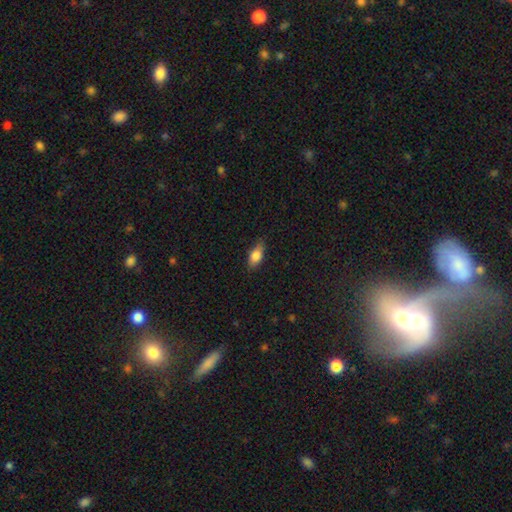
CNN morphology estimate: smooth-or-featured: smooth: 79% | featured or disk: 14% | star or artifact: 8%
  how-rounded: in between: 83% | cigar-shaped: 12% | round: 5%
  merging: none: 76% | minor disturbance: 19% | major disturbance: 4% | merger: 1%